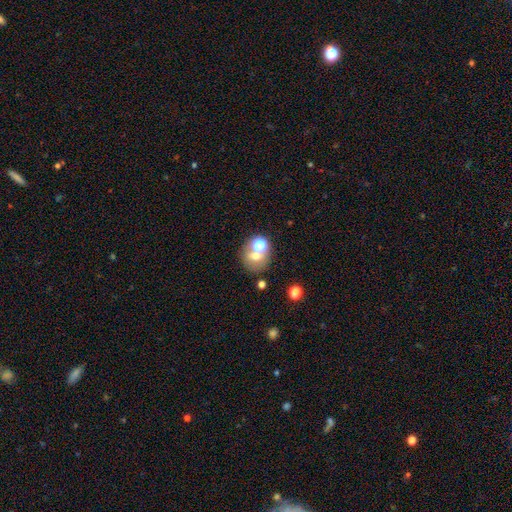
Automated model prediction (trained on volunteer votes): This appears to be a smooth galaxy with no disk features (63%) that is round (73%). Merging: none (50%).